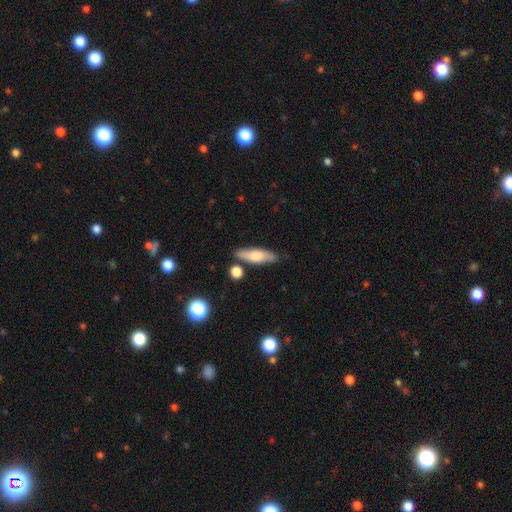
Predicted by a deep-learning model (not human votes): This appears to be a smooth galaxy with no disk features (63%) that is cigar-shaped (52%). Merging: none (78%).